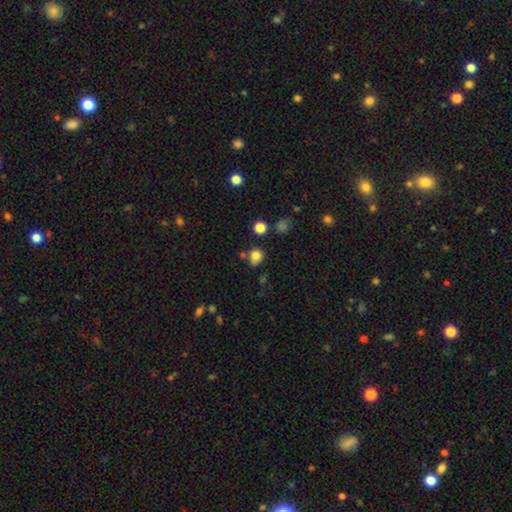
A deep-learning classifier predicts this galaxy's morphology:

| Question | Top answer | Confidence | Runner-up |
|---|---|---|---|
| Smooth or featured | smooth | 79% | star or artifact (13%) |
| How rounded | round | 80% | in between (19%) |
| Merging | none | 65% | minor disturbance (17%) |